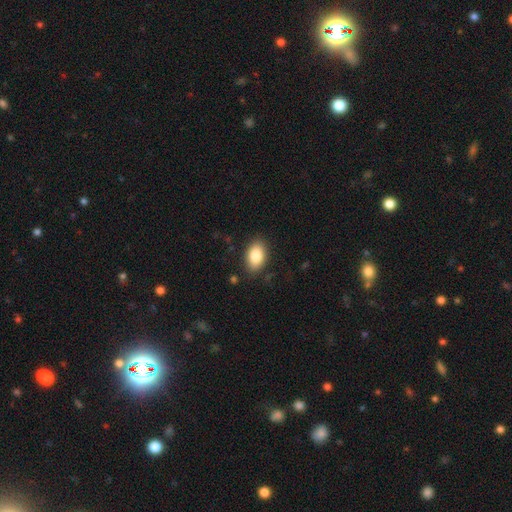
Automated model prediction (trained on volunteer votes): smooth 86%, featured or disk 7%, star or artifact 7%. Down the decision tree: how rounded — in between (90%); merging — none (85%).